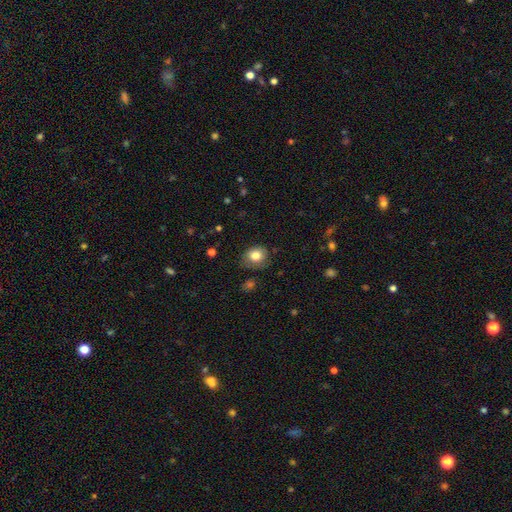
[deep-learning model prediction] Overall: smooth (81%). How rounded: round (66%; in between 33%). Merging: none (70%).